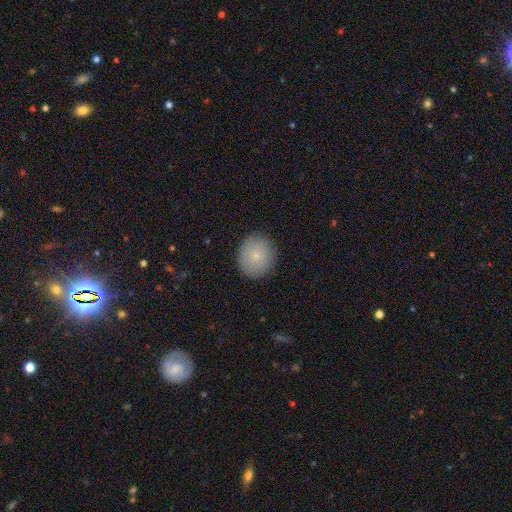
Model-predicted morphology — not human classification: Smooth or featured? smooth (80%)
How rounded? round (85%)
Merging? none (89%)